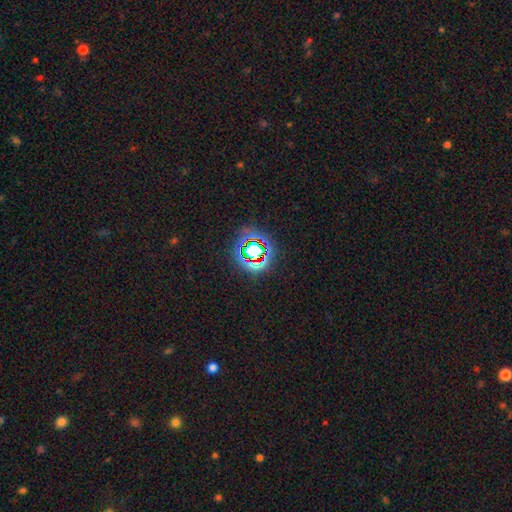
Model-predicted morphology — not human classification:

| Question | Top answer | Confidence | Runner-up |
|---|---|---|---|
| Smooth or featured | star or artifact | 65% | smooth (23%) |